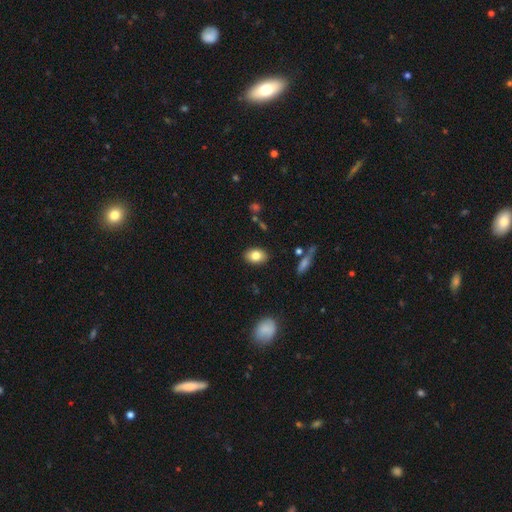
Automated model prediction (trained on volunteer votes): Smooth or featured: smooth — 80% (featured or disk — 12%)
How rounded: in between — 82% (round — 16%)
Merging: none — 88% (minor disturbance — 9%)